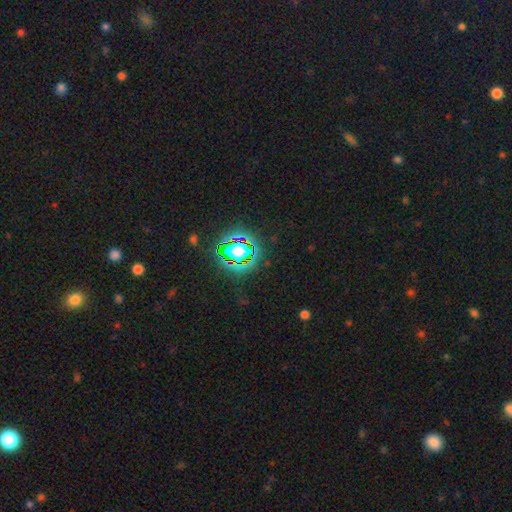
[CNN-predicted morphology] Smooth or featured?
  - star or artifact: 79% *
  - smooth: 13%
  - featured or disk: 8%